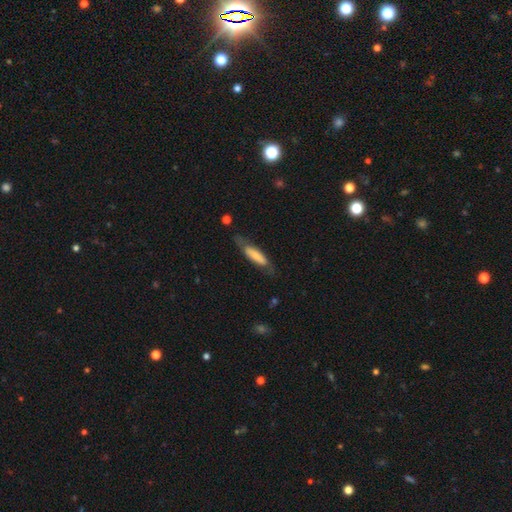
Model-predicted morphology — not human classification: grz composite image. It shows a smooth galaxy with no disk features (59%) that is cigar-shaped (61%). Merging: none (63%).